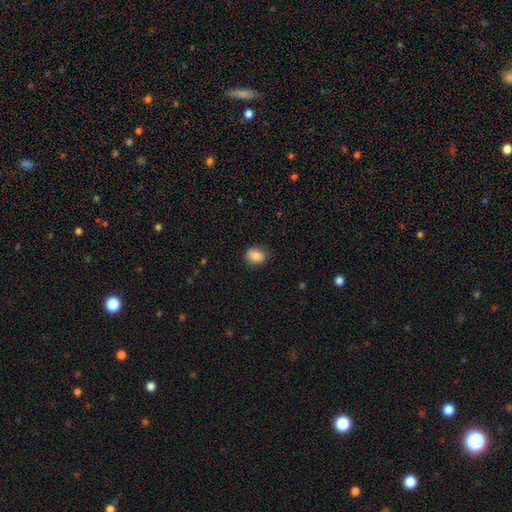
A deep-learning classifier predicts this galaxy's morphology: Smooth or featured: smooth — 85% (star or artifact — 8%)
How rounded: in between — 58% (round — 41%)
Merging: none — 76% (minor disturbance — 19%)